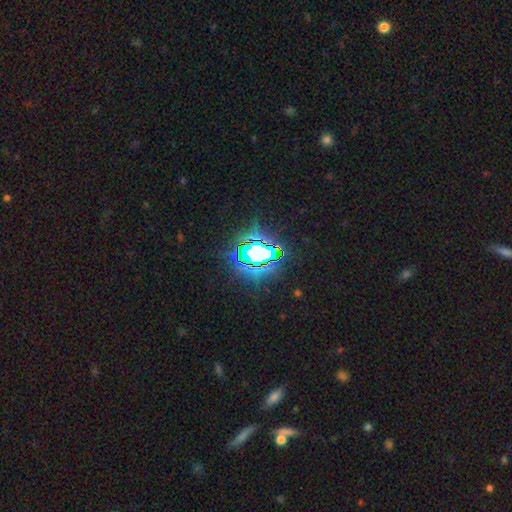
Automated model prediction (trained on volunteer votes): Smooth or featured: star or artifact — 74% (smooth — 14%)